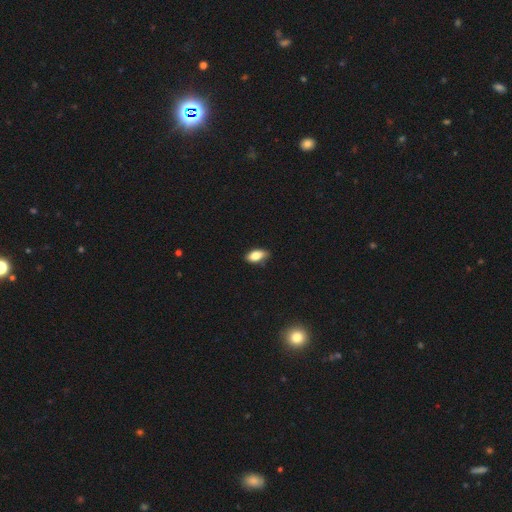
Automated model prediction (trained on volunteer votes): Q: Smooth or featured?
A: smooth (80%); runner-up: featured or disk (13%)
Q: How rounded?
A: in between (89%); runner-up: cigar-shaped (6%)
Q: Merging?
A: none (76%); runner-up: minor disturbance (20%)